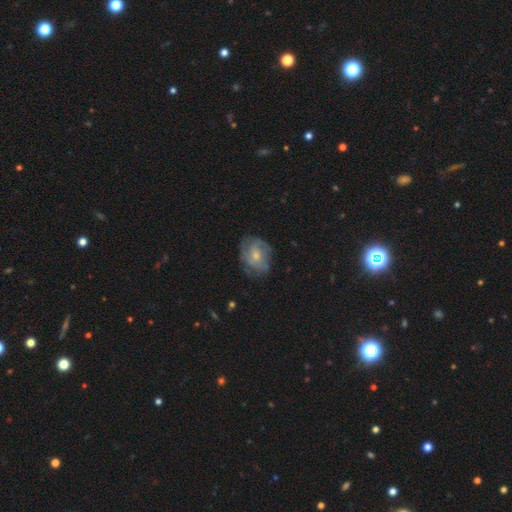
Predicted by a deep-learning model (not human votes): A featured or disk galaxy (55%) with no bar (72%), spiral arms (65%) and a moderate central bulge (46%). Merging: none (64%).